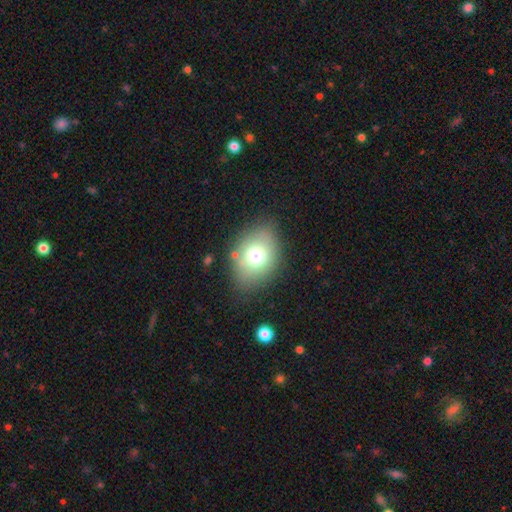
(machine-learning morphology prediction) smooth 71%, featured or disk 17%, star or artifact 12%. Down the decision tree: how rounded — in between (63%); merging — none (79%).